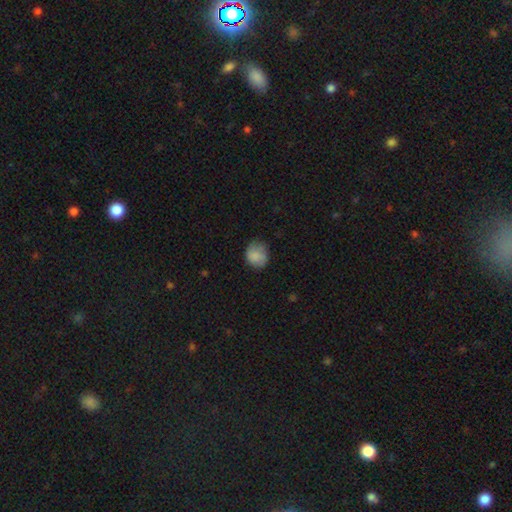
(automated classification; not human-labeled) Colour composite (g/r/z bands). It shows a smooth galaxy with no disk features (83%) that is round (71%). Merging: none (66%).